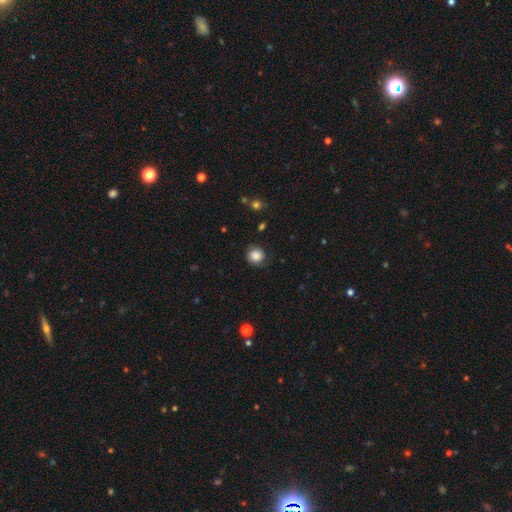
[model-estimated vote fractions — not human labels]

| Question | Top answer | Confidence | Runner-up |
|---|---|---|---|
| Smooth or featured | smooth | 83% | star or artifact (9%) |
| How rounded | round | 90% | in between (9%) |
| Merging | none | 77% | minor disturbance (16%) |